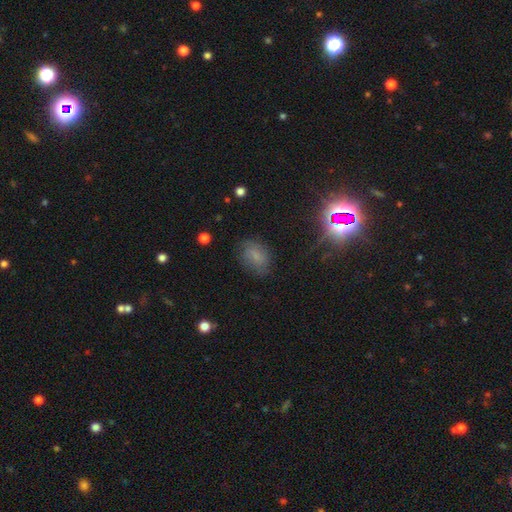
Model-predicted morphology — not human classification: smooth_or_featured: smooth (p=0.66) [alt: star or artifact p=0.19]
how_rounded: in between (p=0.77) [alt: round p=0.21]
merging: none (p=0.70) [alt: minor disturbance p=0.20]